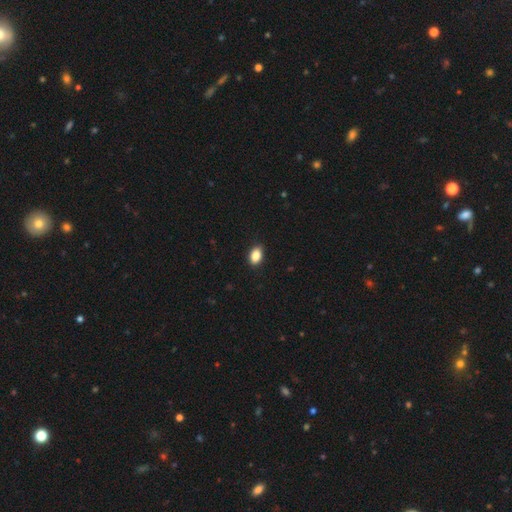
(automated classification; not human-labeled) A smooth galaxy with no disk features (87%) that is in between round and cigar-shaped (87%). Merging: none (88%).